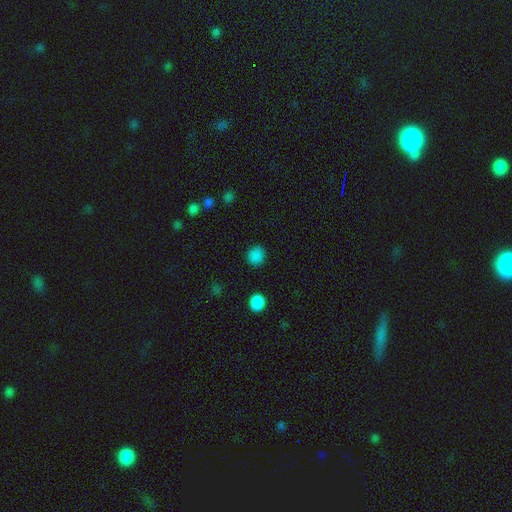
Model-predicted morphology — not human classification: A smooth galaxy with no disk features (84%) that is round (88%). Merging: none (89%).